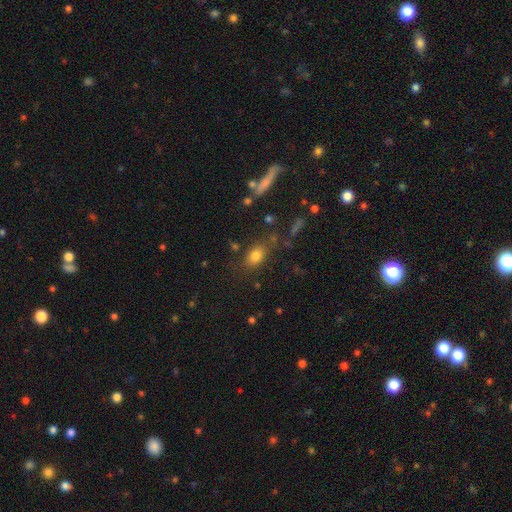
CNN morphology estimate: Overall: smooth (78%). How rounded: in between (79%). Merging: none (73%).